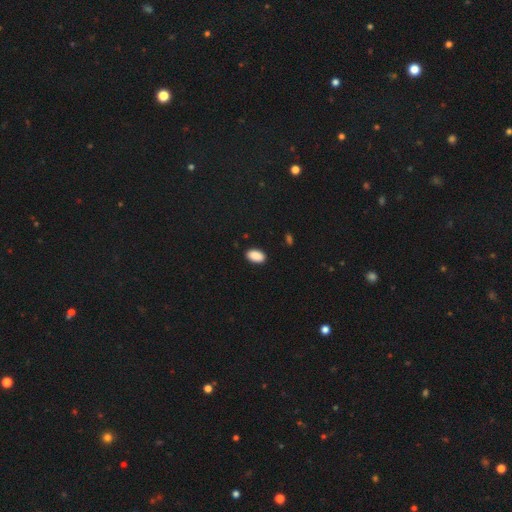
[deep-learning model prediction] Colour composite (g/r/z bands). It shows a smooth galaxy with no disk features (90%) that is in between round and cigar-shaped (94%). Merging: none (89%).